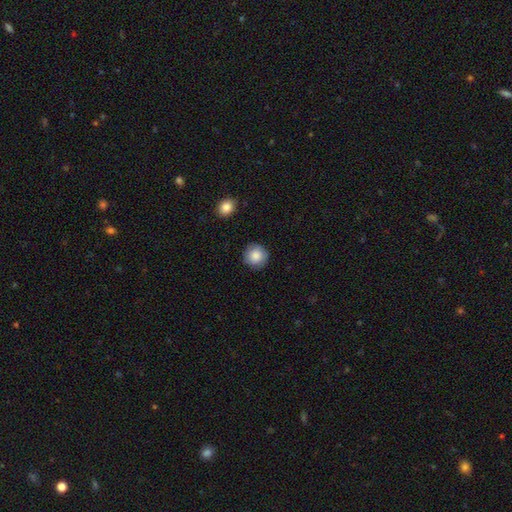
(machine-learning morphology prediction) smooth-or-featured: smooth: 85% | star or artifact: 8% | featured or disk: 7%
  how-rounded: round: 94% | in between: 5% | cigar-shaped: 1%
  merging: none: 88% | minor disturbance: 9% | major disturbance: 2% | merger: 1%